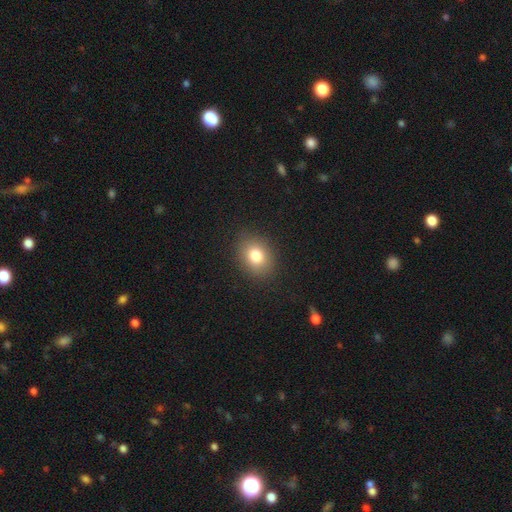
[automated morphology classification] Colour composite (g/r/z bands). It shows a smooth galaxy with no disk features (80%) that is in between round and cigar-shaped (54%). Merging: none (87%).